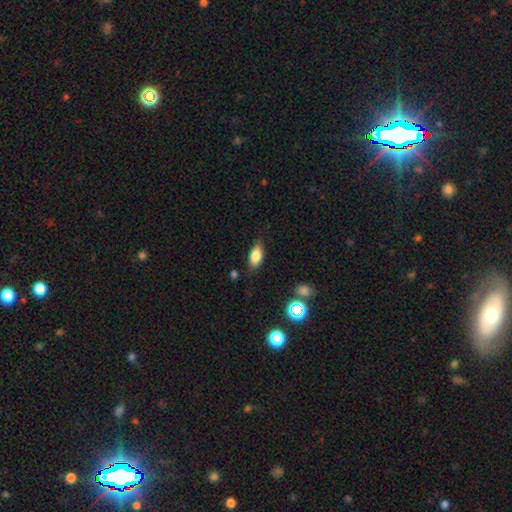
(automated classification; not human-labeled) Overall: smooth (81%). How rounded: in between (87%). Merging: none (79%).